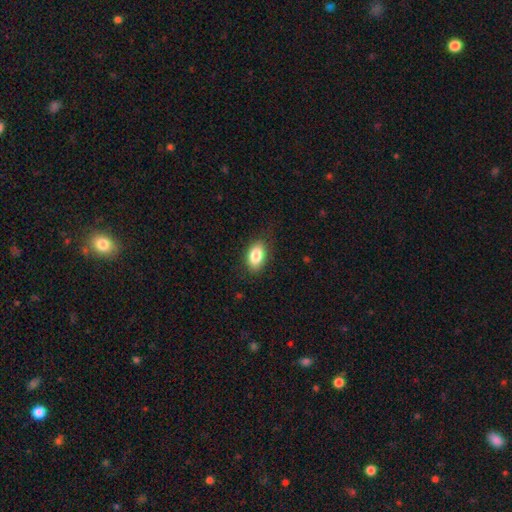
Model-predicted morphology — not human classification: The model was most divided on "merging": none: 83%, minor disturbance: 13%, major disturbance: 4%, merger: 1%. More confident: how rounded — in between (91%); smooth or featured — smooth (85%).